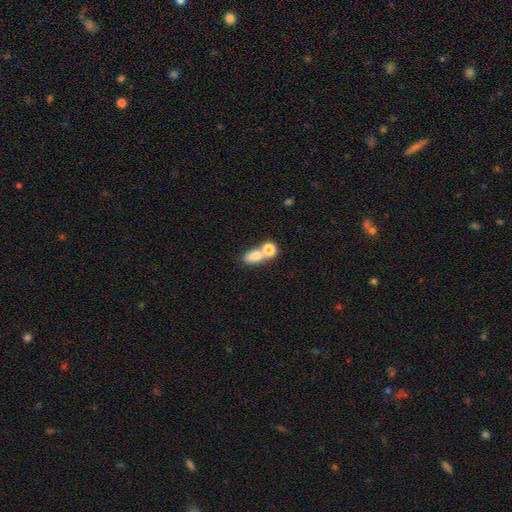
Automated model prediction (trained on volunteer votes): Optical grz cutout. It shows a smooth galaxy with no disk features (78%) that is in between round and cigar-shaped (75%). Merging: merger (55%).